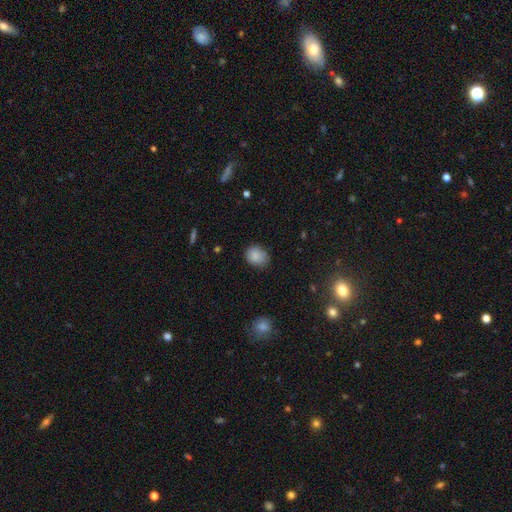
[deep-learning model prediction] Smooth or featured?
  - smooth: 85% *
  - star or artifact: 9%
  - featured or disk: 6%
How rounded?
  - round: 50% *
  - in between: 49%
  - cigar-shaped: 1%
Merging?
  - none: 69% *
  - minor disturbance: 25%
  - major disturbance: 5%
  - merger: 2%